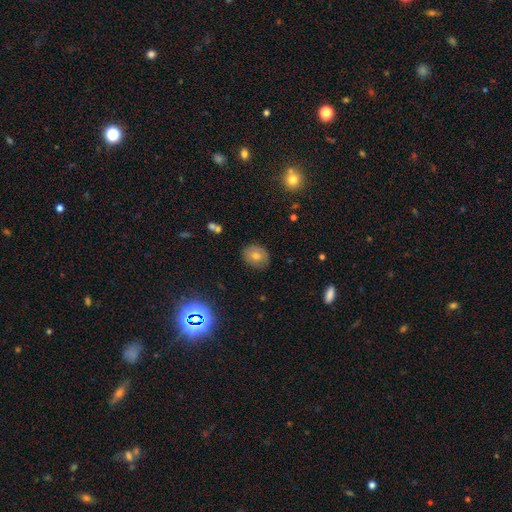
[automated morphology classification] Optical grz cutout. It shows a smooth galaxy with no disk features (59%) that is round (63%). Merging: none (84%).